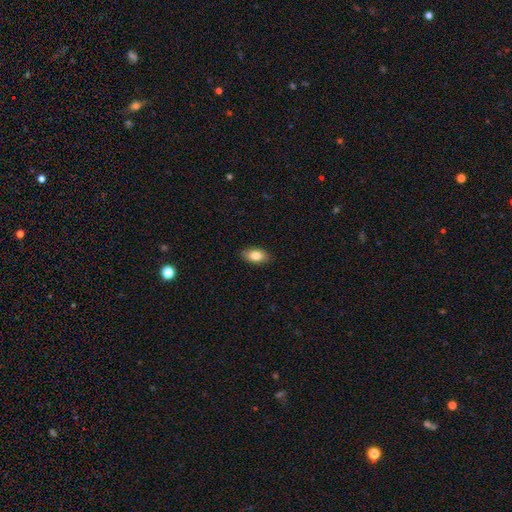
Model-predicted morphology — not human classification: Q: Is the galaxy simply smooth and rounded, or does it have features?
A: smooth — 83%.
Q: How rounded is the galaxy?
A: in between — 92%.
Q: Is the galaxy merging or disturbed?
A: none — 88%.